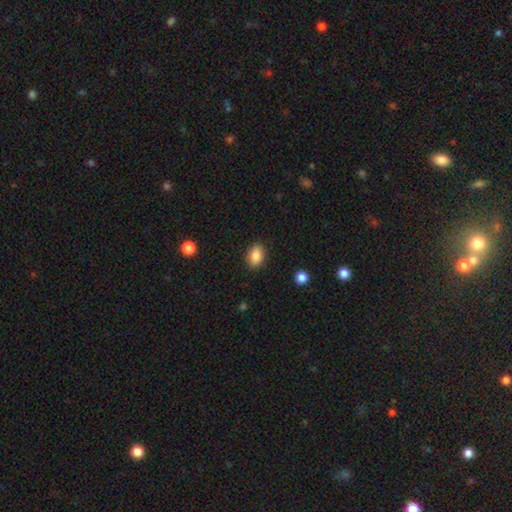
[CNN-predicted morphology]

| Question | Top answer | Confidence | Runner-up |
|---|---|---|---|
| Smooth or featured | smooth | 86% | star or artifact (8%) |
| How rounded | in between | 81% | round (18%) |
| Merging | none | 88% | minor disturbance (9%) |